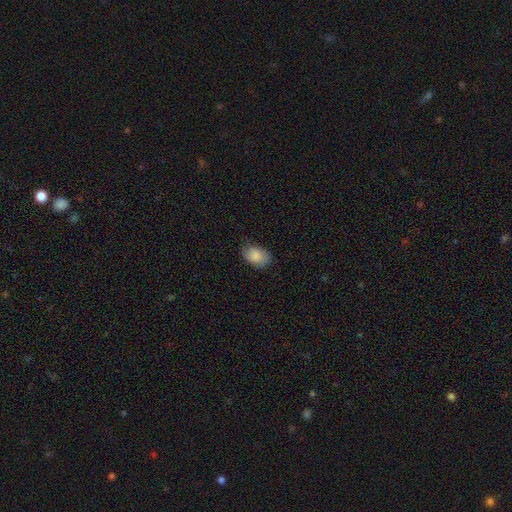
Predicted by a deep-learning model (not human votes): Q: Smooth or featured?
A: smooth (85%); runner-up: featured or disk (8%)
Q: How rounded?
A: in between (79%); runner-up: round (20%)
Q: Merging?
A: none (71%); runner-up: minor disturbance (23%)